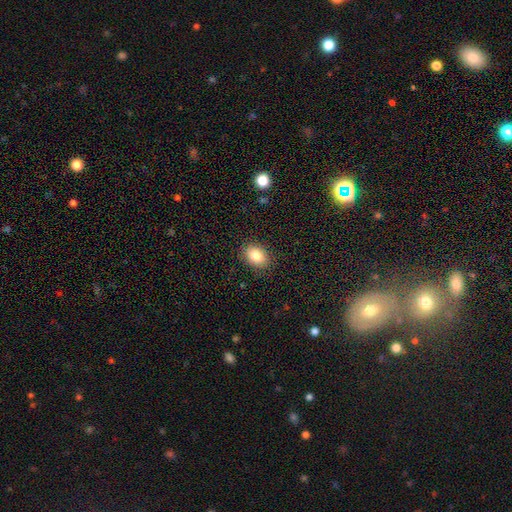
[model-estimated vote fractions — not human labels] Q: Smooth or featured?
A: smooth (85%); runner-up: star or artifact (9%)
Q: How rounded?
A: in between (73%); runner-up: round (26%)
Q: Merging?
A: none (87%); runner-up: minor disturbance (9%)